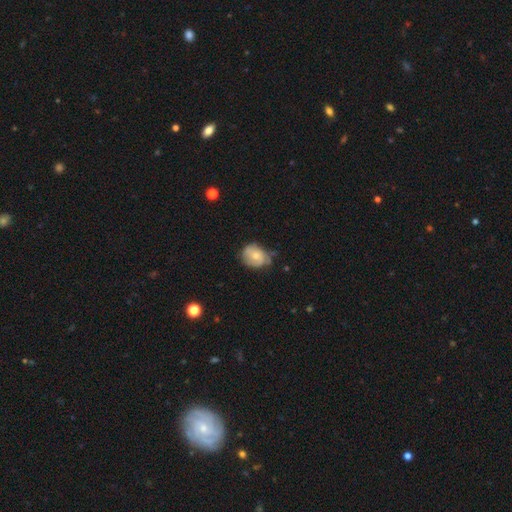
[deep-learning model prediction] Q: Smooth or featured?
A: smooth (57%); runner-up: featured or disk (35%)
Q: How rounded?
A: round (53%); runner-up: in between (46%)
Q: Merging?
A: none (48%); runner-up: minor disturbance (37%)